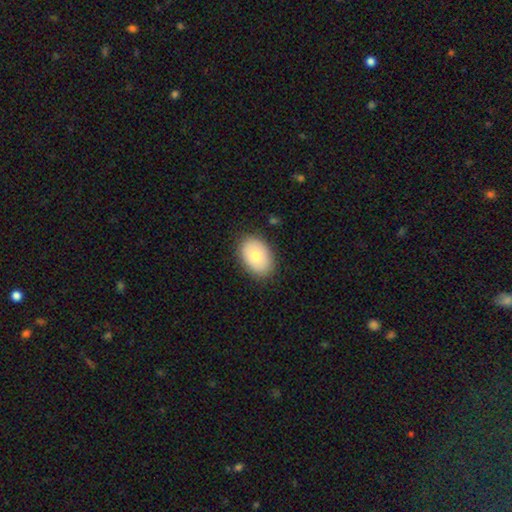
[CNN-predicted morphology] Smooth or featured?
  - smooth: 75% *
  - featured or disk: 18%
  - star or artifact: 7%
How rounded?
  - in between: 82% *
  - round: 17%
  - cigar-shaped: 1%
Merging?
  - none: 86% *
  - minor disturbance: 11%
  - major disturbance: 2%
  - merger: 1%